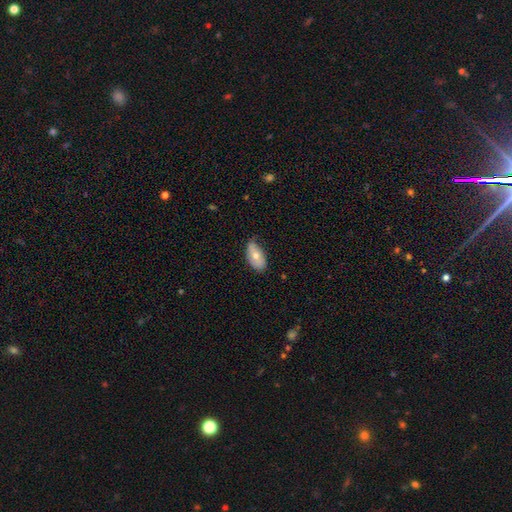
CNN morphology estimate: Q: Smooth or featured?
A: smooth (65%); runner-up: featured or disk (28%)
Q: How rounded?
A: in between (93%); runner-up: round (5%)
Q: Merging?
A: none (55%); runner-up: minor disturbance (37%)